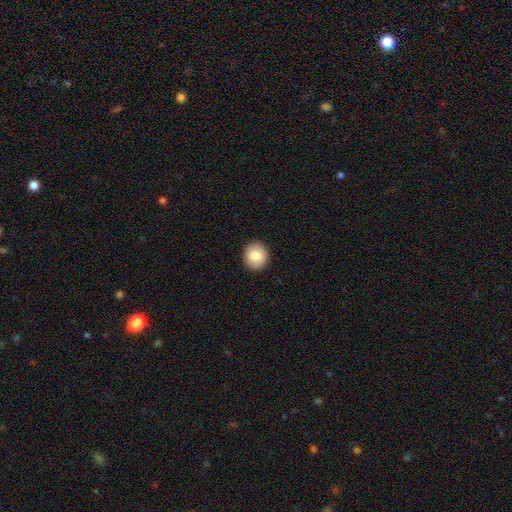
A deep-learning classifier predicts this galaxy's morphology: type=smooth (81%); roundness=round (84%); merging=none (92%).